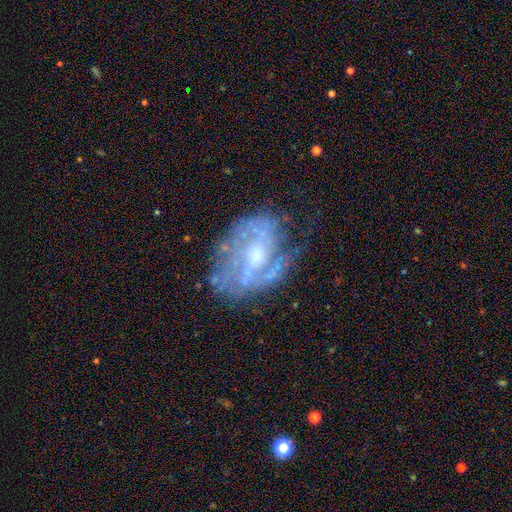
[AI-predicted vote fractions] smooth_or_featured: featured or disk (p=0.82) [alt: smooth p=0.10]
disk_edge_on: no (p=0.97) [alt: yes p=0.03]
bar: no (p=0.49) [alt: weak p=0.40]
has_spiral_arms: yes (p=0.84) [alt: no p=0.16]
spiral_winding: medium (p=0.42) [alt: tight p=0.38]
spiral_arm_count: 2 (p=0.46) [alt: can't tell p=0.30]
bulge_size: moderate (p=0.52) [alt: small p=0.36]
merging: none (p=0.58) [alt: minor disturbance p=0.24]